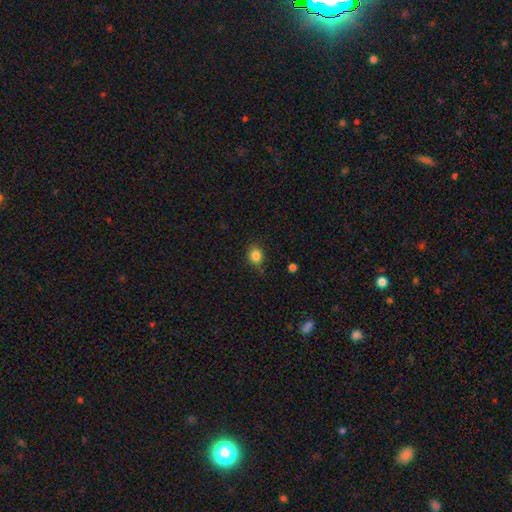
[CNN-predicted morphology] Q: Smooth or featured?
A: smooth (84%); runner-up: star or artifact (11%)
Q: How rounded?
A: round (62%); runner-up: in between (37%)
Q: Merging?
A: none (80%); runner-up: minor disturbance (15%)